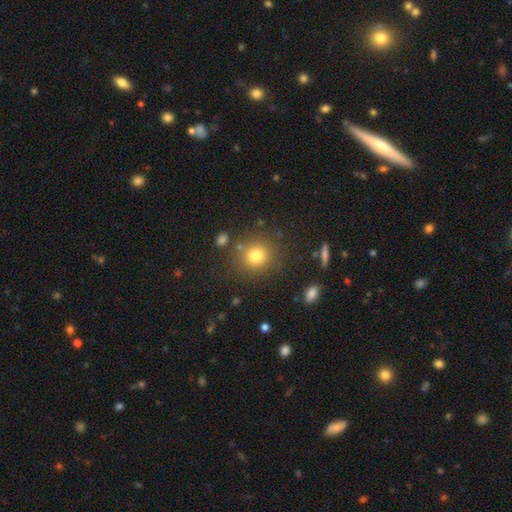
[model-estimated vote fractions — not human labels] smooth 78%, star or artifact 14%, featured or disk 8%. Down the decision tree: how rounded — round (88%); merging — none (82%).